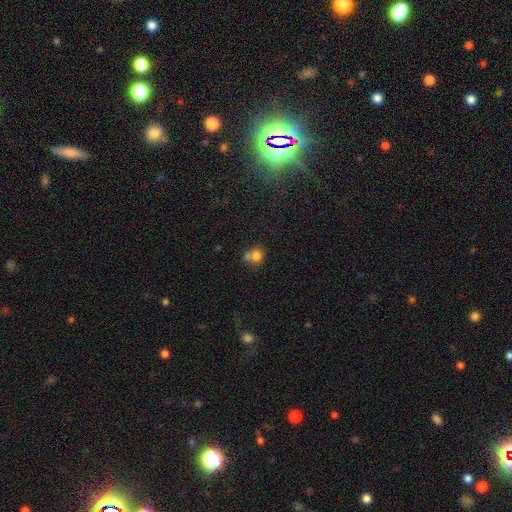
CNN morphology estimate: Smooth or featured? smooth (79%)
How rounded? round (79%)
Merging? none (47%)